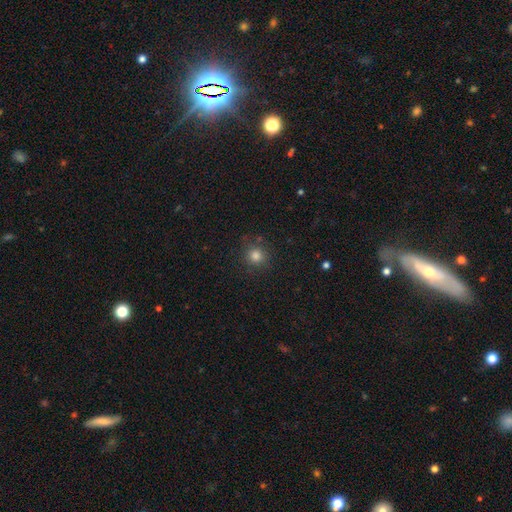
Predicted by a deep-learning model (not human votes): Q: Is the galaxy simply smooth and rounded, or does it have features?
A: smooth — 82%.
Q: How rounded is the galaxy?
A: round — 92%.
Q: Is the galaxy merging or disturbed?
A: none — 85%.